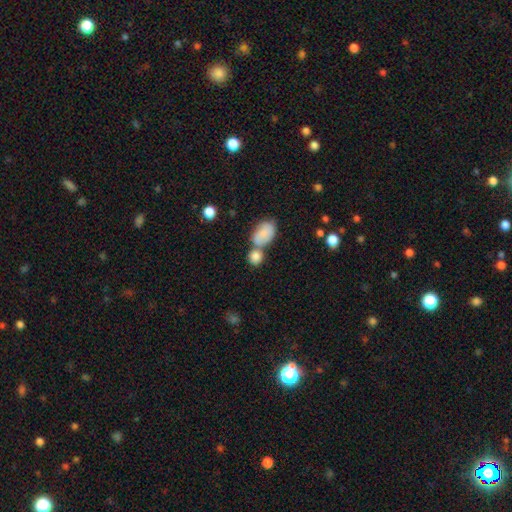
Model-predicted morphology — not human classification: smooth 81%, featured or disk 11%, star or artifact 8%. Down the decision tree: how rounded — in between (53%); merging — merger (49%).